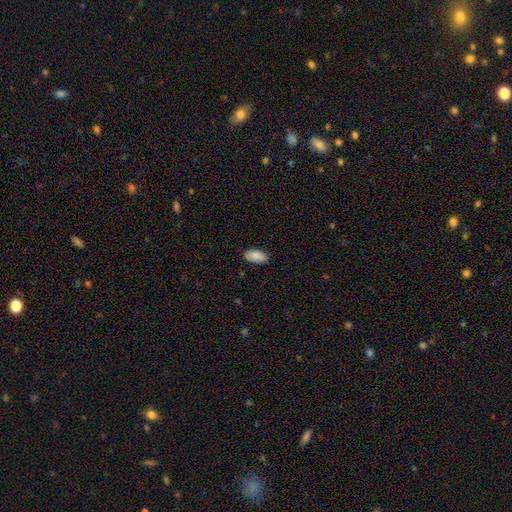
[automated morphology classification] Smooth or featured? Predicted: smooth (p=0.87). How rounded? Predicted: in between (p=0.95). Merging? Predicted: none (p=0.86).